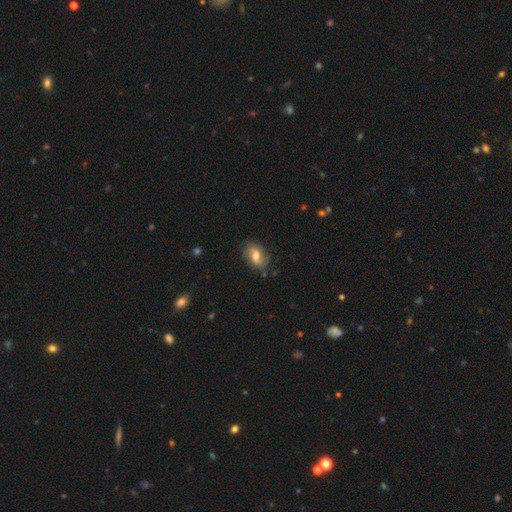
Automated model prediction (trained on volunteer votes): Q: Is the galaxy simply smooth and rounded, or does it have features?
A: smooth — 46%, tied with featured or disk.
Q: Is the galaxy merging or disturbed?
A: none — 74%.